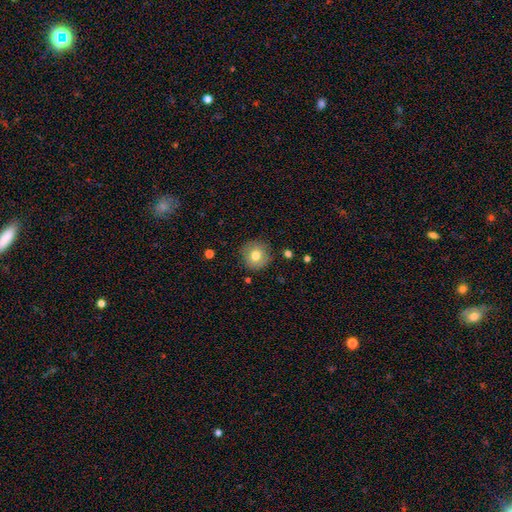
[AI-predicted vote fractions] Smooth or featured? smooth (77%)
How rounded? round (93%)
Merging? none (86%)